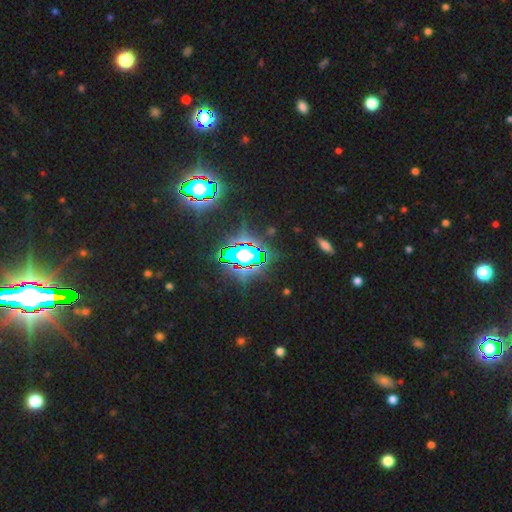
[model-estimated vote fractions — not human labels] Morphology: type=star or artifact (84%).